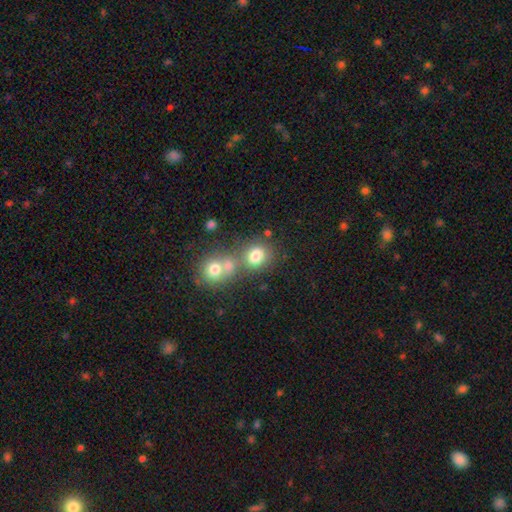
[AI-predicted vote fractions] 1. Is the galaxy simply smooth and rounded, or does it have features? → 78% smooth, 13% star or artifact, 10% featured or disk.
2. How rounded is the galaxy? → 67% round, 32% in between, 1% cigar-shaped.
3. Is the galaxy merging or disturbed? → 49% none, 37% merger, 10% minor disturbance, 5% major disturbance.